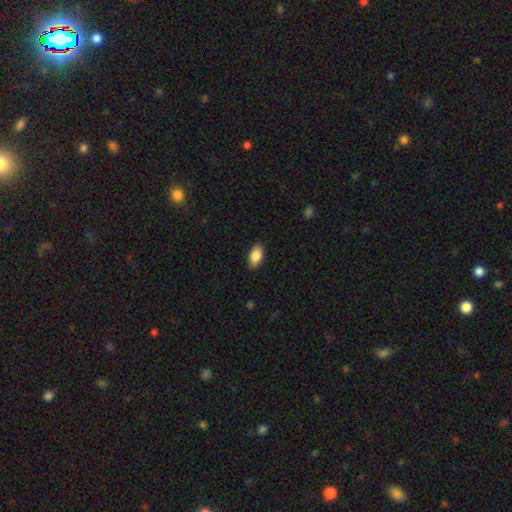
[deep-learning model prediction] Overall: smooth (85%). How rounded: in between (93%). Merging: none (87%).